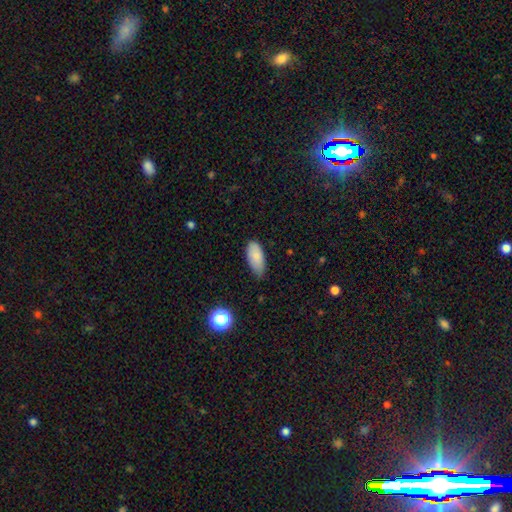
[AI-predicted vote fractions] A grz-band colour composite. It shows a smooth galaxy with no disk features (84%) that is in between round and cigar-shaped (90%). Merging: none (61%).